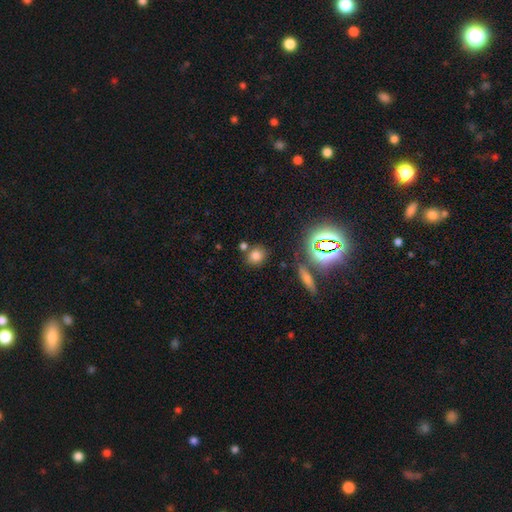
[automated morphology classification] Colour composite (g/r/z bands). It shows a smooth galaxy with no disk features (74%) that is round (73%). Merging: none (72%).